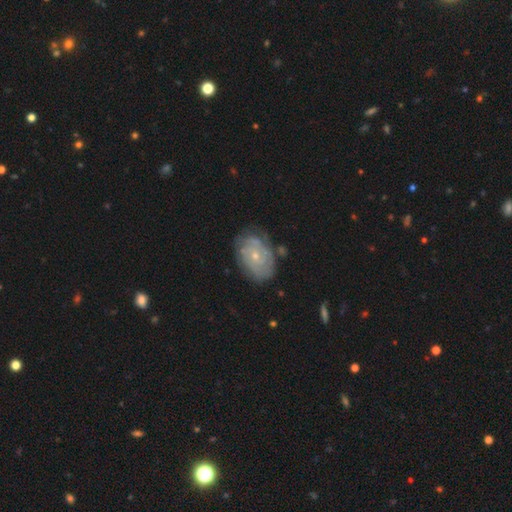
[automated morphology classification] A featured or disk galaxy (72%) with no bar (81%), tight (71%) spiral arms (80%) and a small central bulge (67%).

Vote fractions:
- Smooth or featured? featured or disk: 72% / smooth: 22% / star or artifact: 7%
- Edge-on disk? no: 96% / yes: 4%
- Bar? no: 81% / weak: 17% / strong: 3%
- Spiral arms? yes: 80% / no: 20%
- Spiral winding? tight: 71% / medium: 21% / loose: 7%
- Spiral arm count? can't tell: 55% / 2: 18% / 3: 11% / 4: 8% / more than 4: 5% / 1: 4%
- Bulge size? small: 67% / moderate: 30% / none: 1% / large: 1% / dominant: 1%
- Merging? none: 70% / minor disturbance: 20% / major disturbance: 7% / merger: 3%